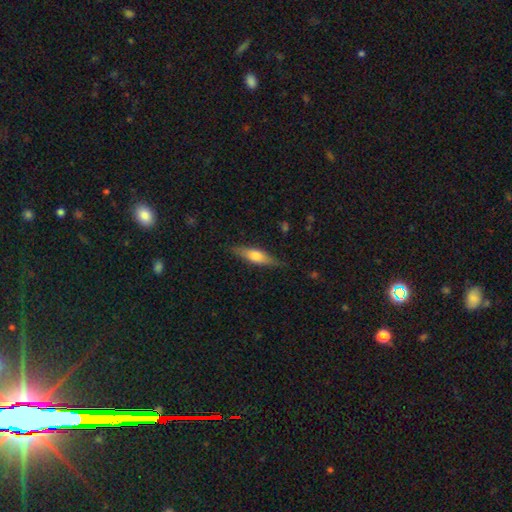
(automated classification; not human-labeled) smooth-or-featured: smooth: 54% | featured or disk: 40% | star or artifact: 6%
  how-rounded: cigar-shaped: 59% | in between: 39% | round: 2%
  merging: none: 82% | minor disturbance: 14% | major disturbance: 3% | merger: 1%